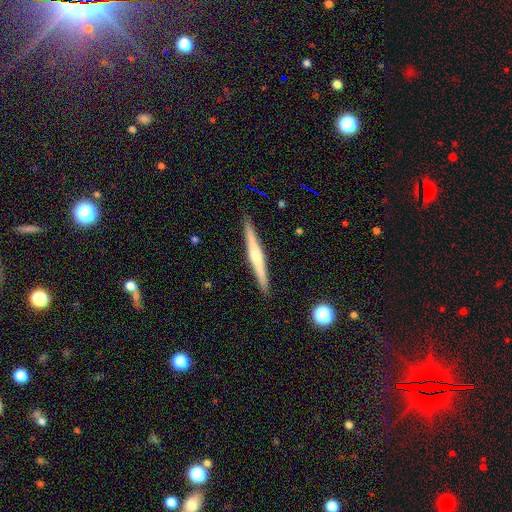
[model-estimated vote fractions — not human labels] featured or disk 67%, smooth 28%, star or artifact 6%. Down the decision tree: edge-on disk — yes (98%); edge-on bulge — rounded (74%); merging — none (92%).